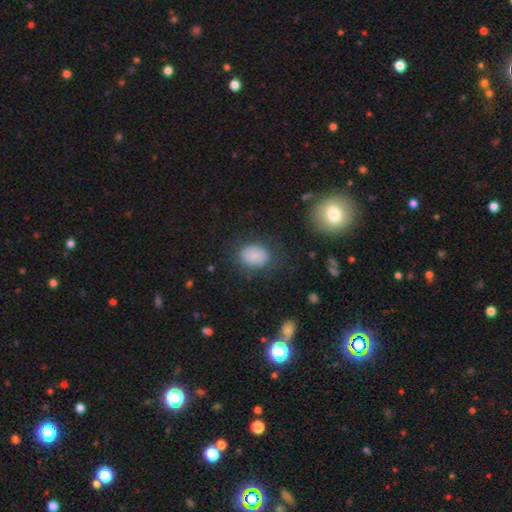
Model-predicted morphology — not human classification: type=smooth (80%); roundness=in between (63%); merging=none (72%).